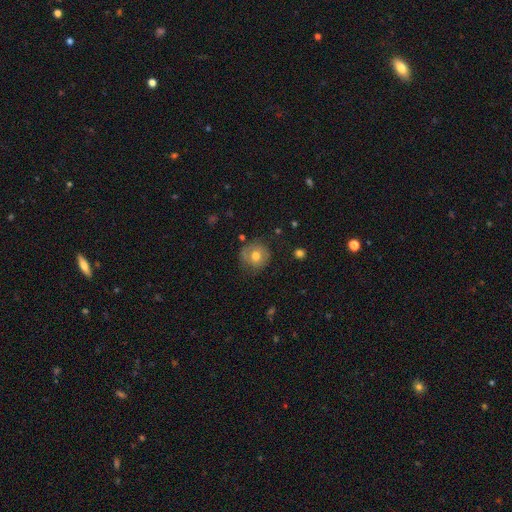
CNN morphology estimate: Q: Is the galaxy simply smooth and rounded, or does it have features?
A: smooth — 60%.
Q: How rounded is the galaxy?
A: round — 88%.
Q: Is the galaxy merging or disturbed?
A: none — 73%.